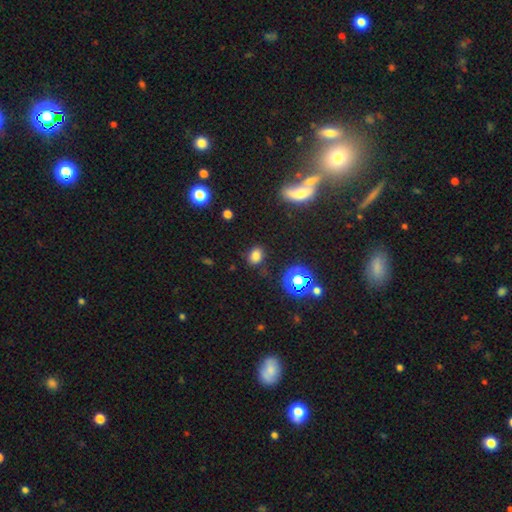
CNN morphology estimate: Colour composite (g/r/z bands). It shows a smooth galaxy with no disk features (76%) that is in between round and cigar-shaped (62%). Merging: none (78%).